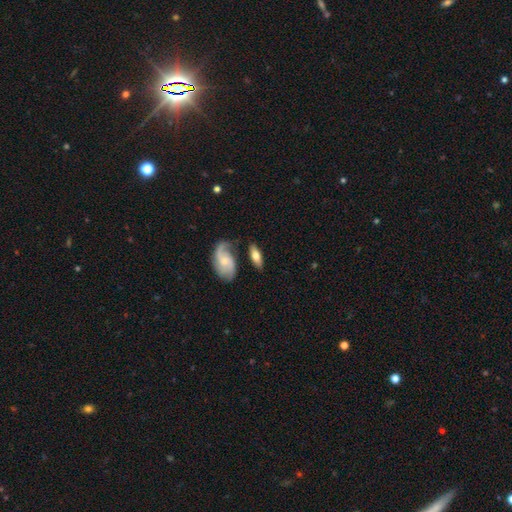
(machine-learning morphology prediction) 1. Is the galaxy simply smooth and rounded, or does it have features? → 56% smooth, 38% featured or disk, 6% star or artifact.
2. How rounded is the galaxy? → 77% in between, 18% cigar-shaped, 5% round.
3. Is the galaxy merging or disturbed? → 66% none, 17% minor disturbance, 10% merger, 7% major disturbance.